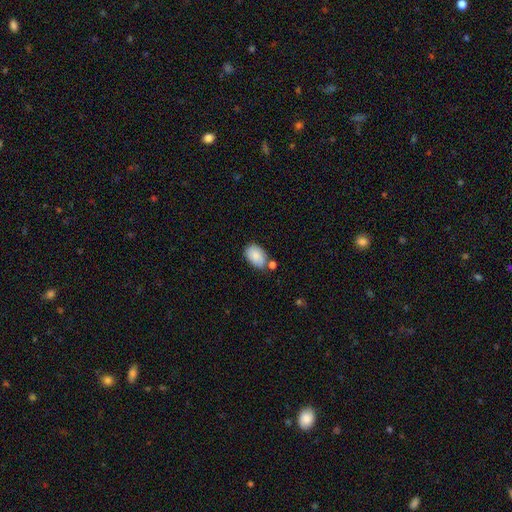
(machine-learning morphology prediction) type=smooth (83%); roundness=in between (89%); merging=none (53%).